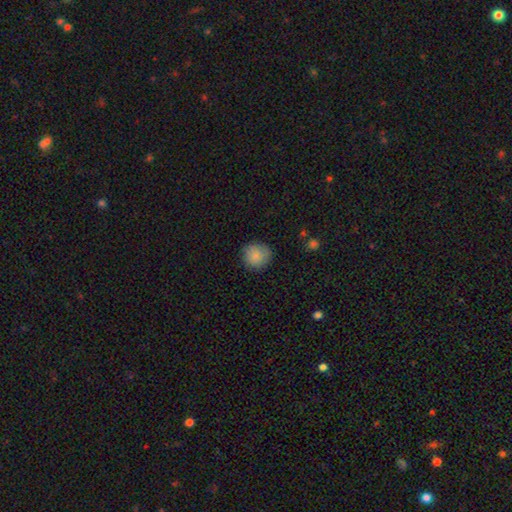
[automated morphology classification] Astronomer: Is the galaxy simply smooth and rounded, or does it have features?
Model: smooth — 86%.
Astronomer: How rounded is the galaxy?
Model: round — 91%.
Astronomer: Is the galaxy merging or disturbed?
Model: none — 85%.